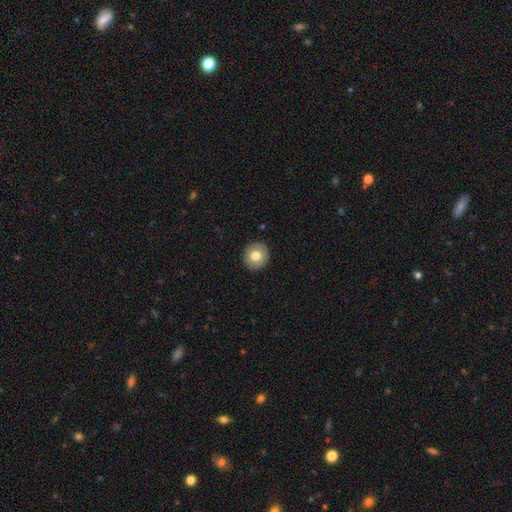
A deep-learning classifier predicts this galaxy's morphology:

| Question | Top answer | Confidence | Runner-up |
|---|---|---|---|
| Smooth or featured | smooth | 73% | featured or disk (19%) |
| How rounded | round | 90% | in between (9%) |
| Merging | none | 91% | minor disturbance (7%) |